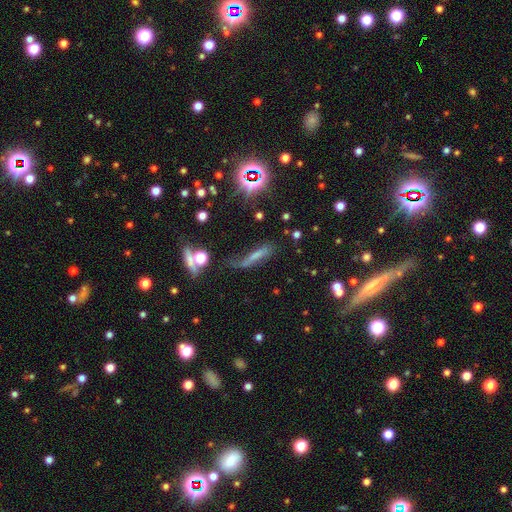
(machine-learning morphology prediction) Overall: smooth (49%; featured or disk 28%). Merging: none (44%; minor disturbance 27%).